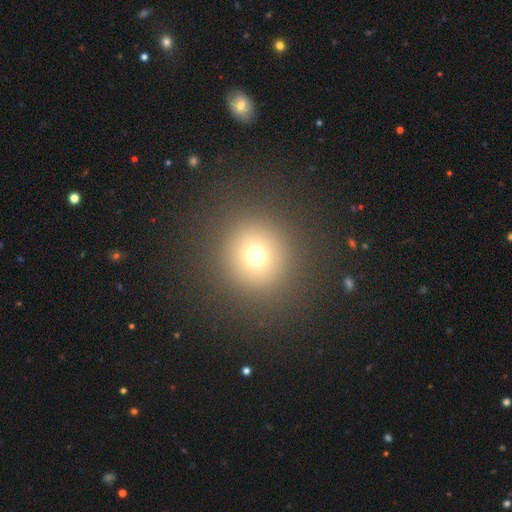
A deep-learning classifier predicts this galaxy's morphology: The model was most divided on "smooth or featured": smooth: 70%, star or artifact: 19%, featured or disk: 11%. More confident: how rounded — round (92%); merging — none (90%).